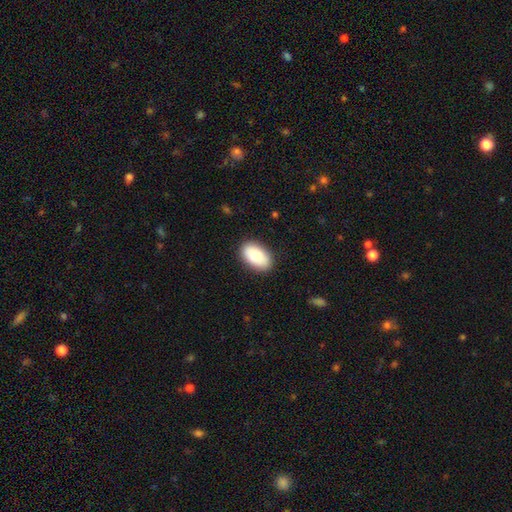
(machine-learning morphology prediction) type=smooth (85%); roundness=in between (94%); merging=none (88%).